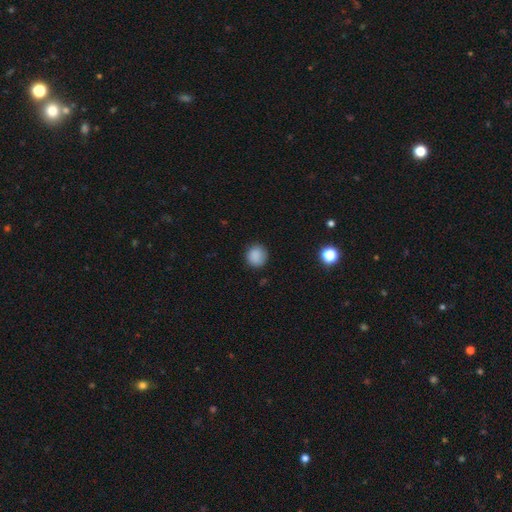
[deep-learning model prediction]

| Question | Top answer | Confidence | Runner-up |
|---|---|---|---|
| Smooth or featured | smooth | 87% | star or artifact (9%) |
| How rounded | round | 87% | in between (12%) |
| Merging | none | 85% | minor disturbance (11%) |